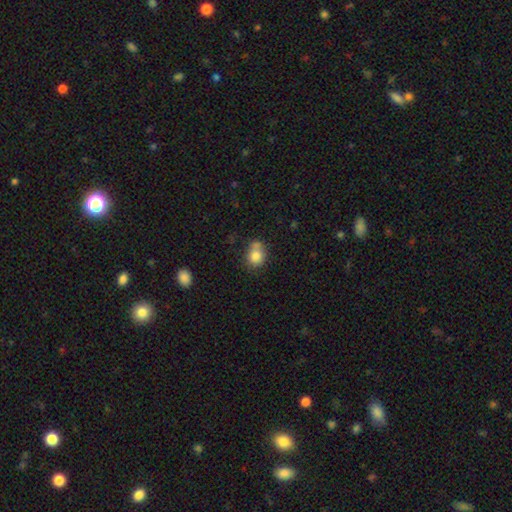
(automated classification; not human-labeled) Smooth or featured? smooth (81%)
How rounded? round (69%)
Merging? none (50%)